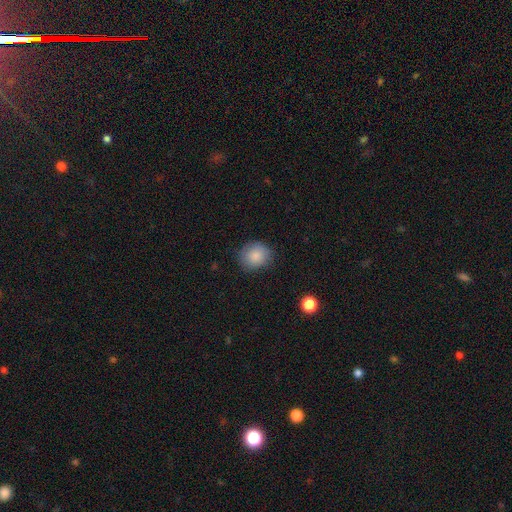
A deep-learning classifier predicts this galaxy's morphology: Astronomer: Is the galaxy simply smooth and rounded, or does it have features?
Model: smooth — 86%.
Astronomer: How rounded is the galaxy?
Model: round — 73%.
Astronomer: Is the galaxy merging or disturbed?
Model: none — 80%.